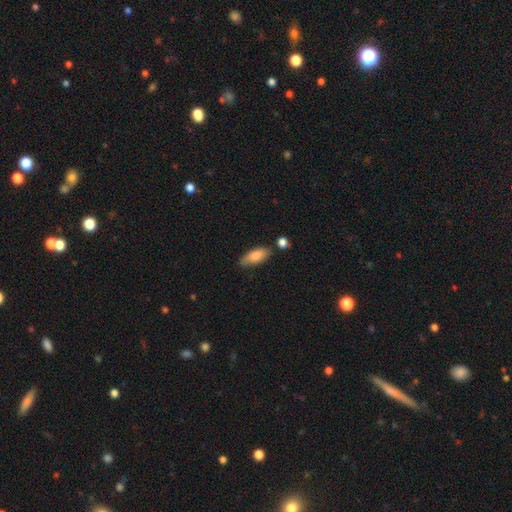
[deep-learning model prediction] smooth 82%, featured or disk 12%, star or artifact 6%. Down the decision tree: how rounded — in between (79%); merging — none (72%).